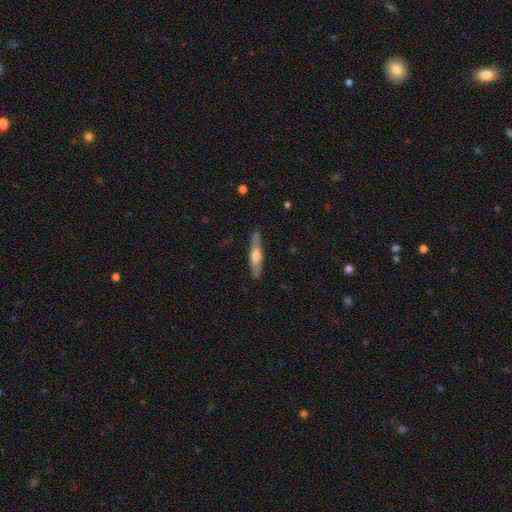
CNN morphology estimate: A smooth galaxy with no disk features (48%). Merging: none (84%).